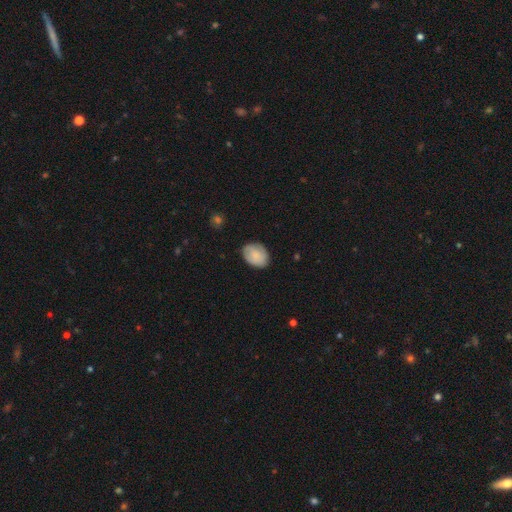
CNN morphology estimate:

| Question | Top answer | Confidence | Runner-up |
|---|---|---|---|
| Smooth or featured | smooth | 78% | featured or disk (15%) |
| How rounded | in between | 67% | round (32%) |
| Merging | none | 78% | minor disturbance (18%) |